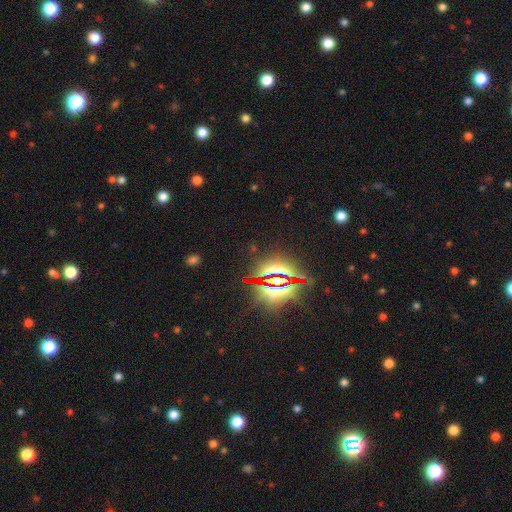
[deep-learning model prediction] Smooth or featured? Predicted: star or artifact (p=0.85).